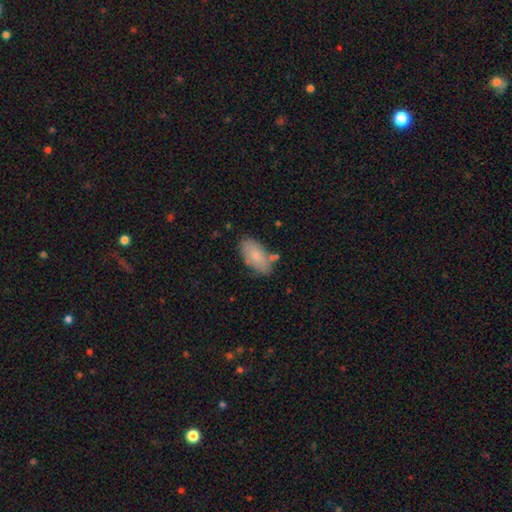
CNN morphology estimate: Smooth or featured?
  - smooth: 80% *
  - featured or disk: 14%
  - star or artifact: 6%
How rounded?
  - in between: 93% *
  - cigar-shaped: 4%
  - round: 3%
Merging?
  - none: 69% *
  - minor disturbance: 19%
  - merger: 7%
  - major disturbance: 4%